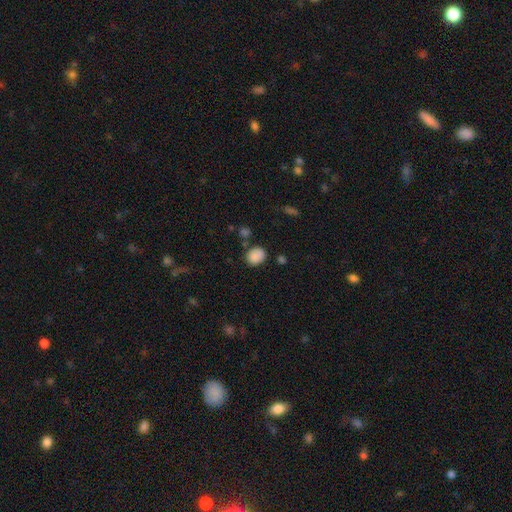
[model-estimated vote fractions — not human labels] A smooth galaxy with no disk features (86%) that is round (56%). Merging: none (73%).